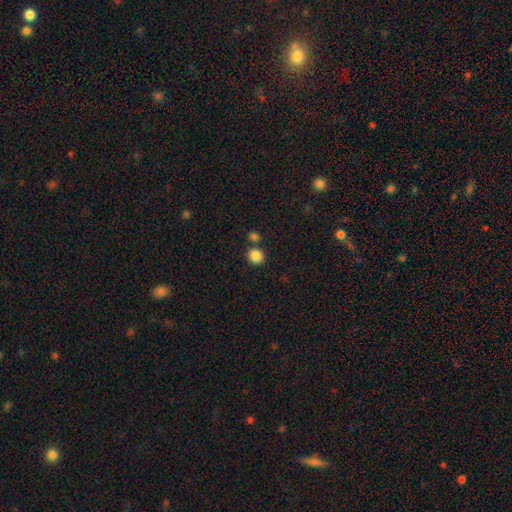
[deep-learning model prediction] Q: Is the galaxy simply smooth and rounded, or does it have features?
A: smooth — 86%.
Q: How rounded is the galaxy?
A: round — 79%.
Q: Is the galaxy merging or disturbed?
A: none — 74%.